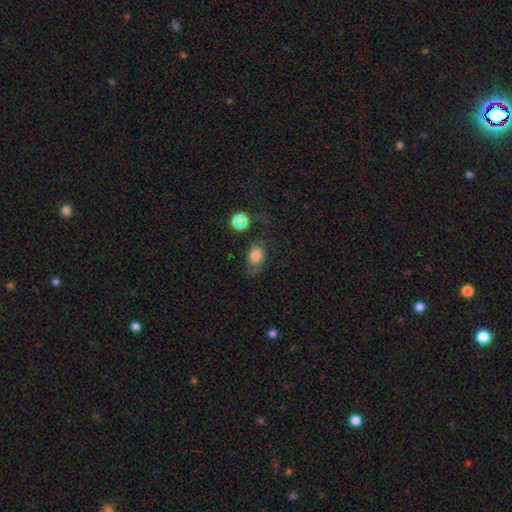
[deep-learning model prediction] Q: Smooth or featured?
A: smooth (72%); runner-up: featured or disk (14%)
Q: How rounded?
A: in between (78%); runner-up: round (20%)
Q: Merging?
A: none (49%); runner-up: minor disturbance (29%)